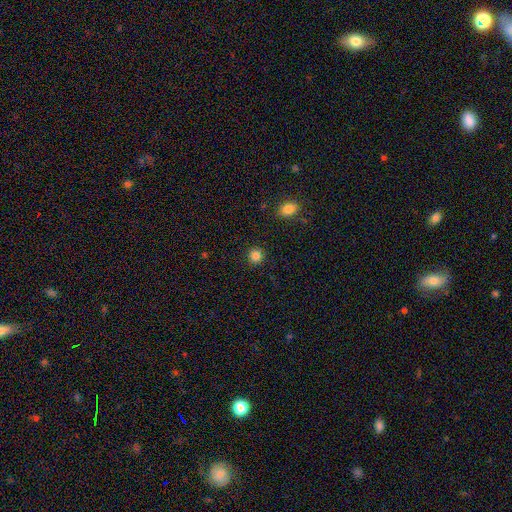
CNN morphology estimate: type=smooth (84%); roundness=round (92%); merging=none (91%).